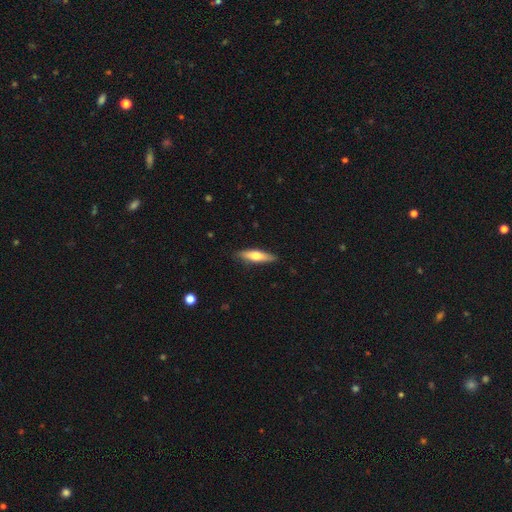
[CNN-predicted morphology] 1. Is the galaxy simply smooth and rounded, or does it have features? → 62% smooth, 32% featured or disk, 5% star or artifact.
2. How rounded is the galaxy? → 69% cigar-shaped, 29% in between, 2% round.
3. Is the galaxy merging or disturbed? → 87% none, 10% minor disturbance, 2% major disturbance, 1% merger.